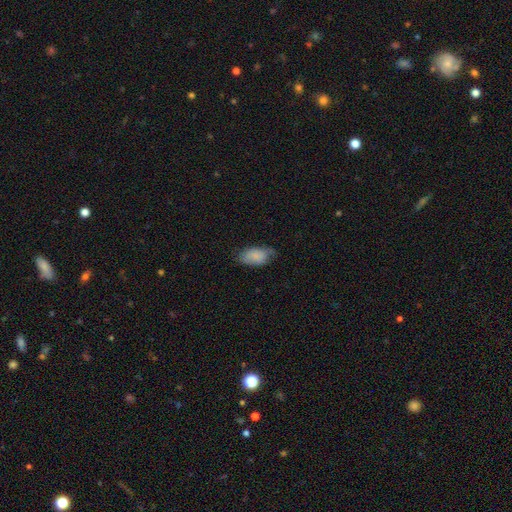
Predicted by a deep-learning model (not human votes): This appears to be a smooth galaxy with no disk features (84%) that is in between round and cigar-shaped (94%). Merging: none (60%).